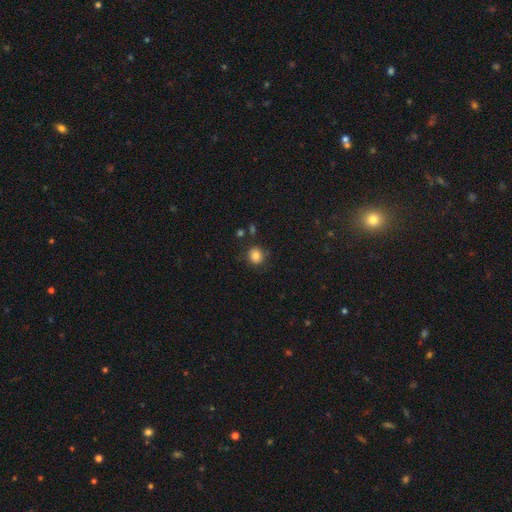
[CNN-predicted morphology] Q: Smooth or featured?
A: smooth (82%); runner-up: star or artifact (11%)
Q: How rounded?
A: round (86%); runner-up: in between (13%)
Q: Merging?
A: none (83%); runner-up: minor disturbance (11%)